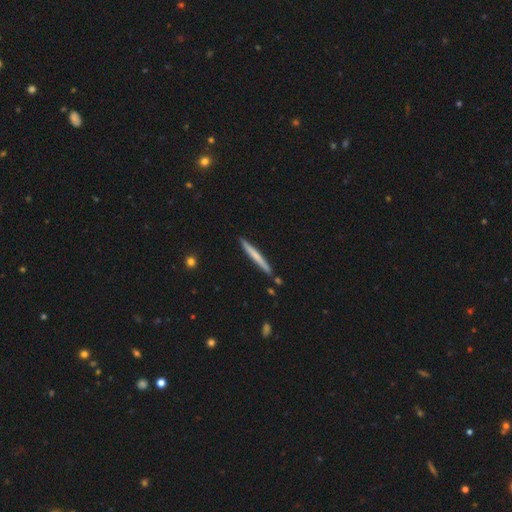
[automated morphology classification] smooth 58%, featured or disk 37%, star or artifact 5%. Down the decision tree: how rounded — cigar-shaped (97%); merging — none (88%).